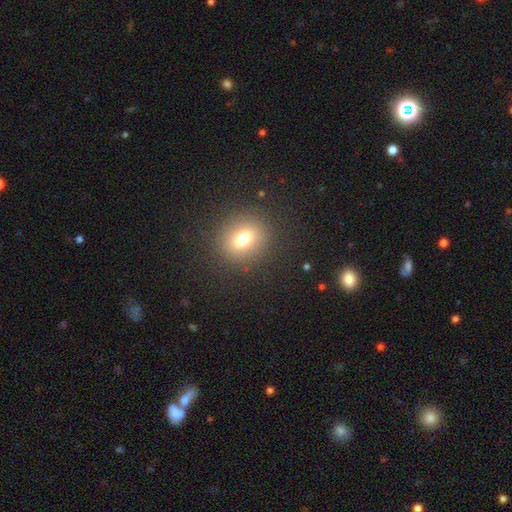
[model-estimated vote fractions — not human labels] Smooth or featured: smooth — 69% (star or artifact — 21%)
How rounded: round — 73% (in between — 26%)
Merging: none — 91% (minor disturbance — 5%)